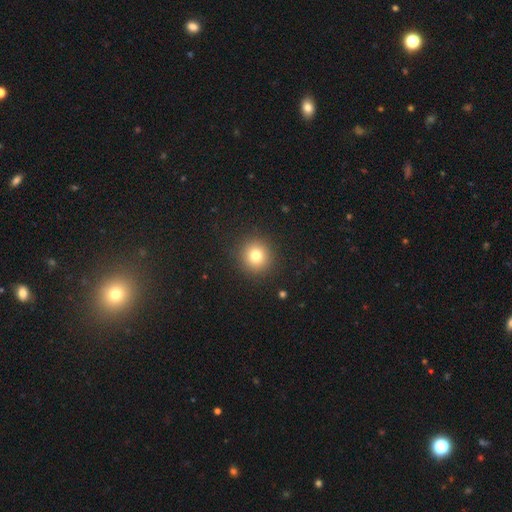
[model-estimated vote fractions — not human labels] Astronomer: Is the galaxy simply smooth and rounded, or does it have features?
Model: smooth — 78%.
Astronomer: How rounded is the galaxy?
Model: round — 93%.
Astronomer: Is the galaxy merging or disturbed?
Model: none — 91%.